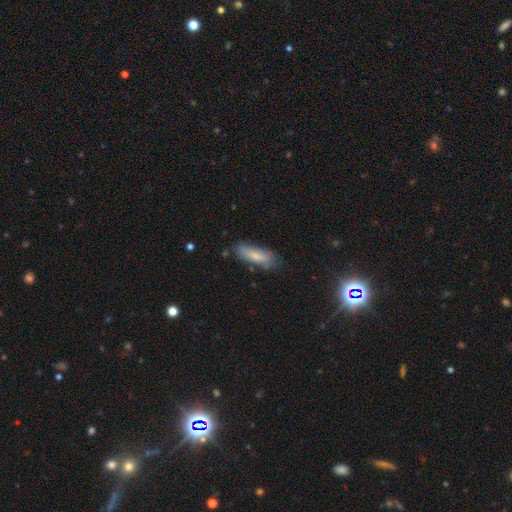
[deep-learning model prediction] Smooth or featured: smooth — 77% (featured or disk — 16%)
How rounded: in between — 55% (cigar-shaped — 43%)
Merging: none — 69% (minor disturbance — 23%)